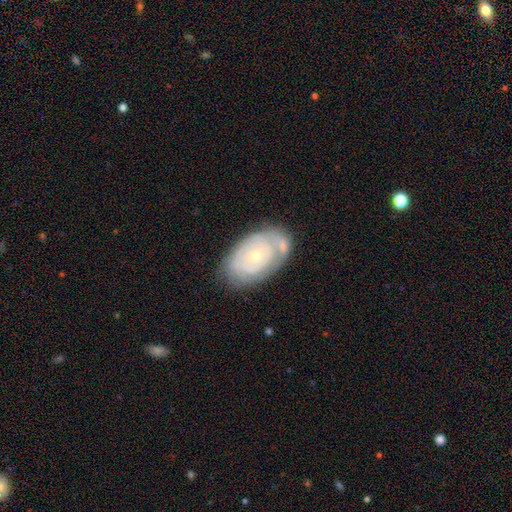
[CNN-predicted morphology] Overall: featured or disk (71%). Edge-on disk: no (95%). Bar: no (84%). Spiral arms: yes (69%; no 31%). Bulge size: small (72%). Merging: none (61%; minor disturbance 22%).